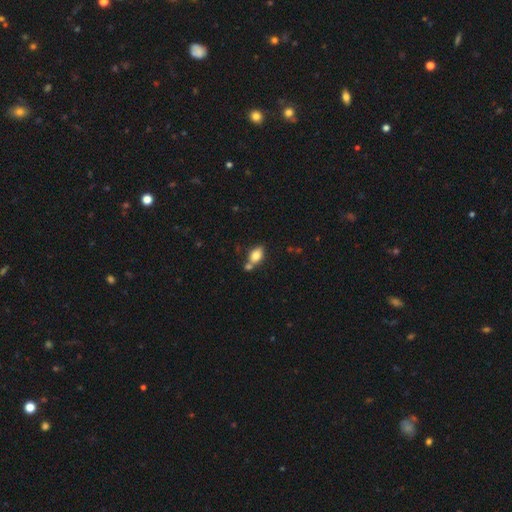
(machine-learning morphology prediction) The model was most divided on "merging": none: 55%, merger: 27%, minor disturbance: 14%, major disturbance: 4%. More confident: how rounded — in between (85%); smooth or featured — smooth (80%).